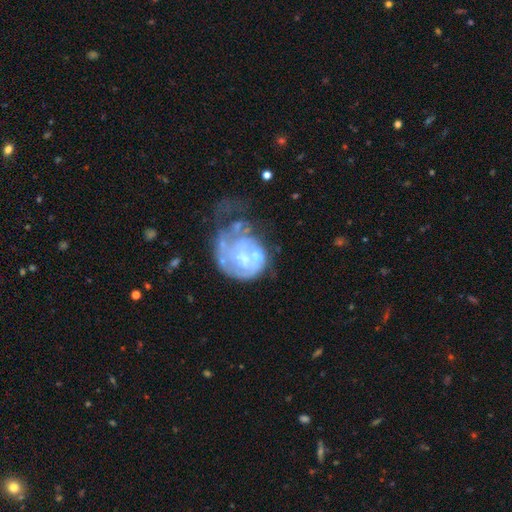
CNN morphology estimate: This is likely a featured or disk galaxy (68%). It is clearly not viewed edge-on (98%). Bar: clearly no (81%). Spiral arm pattern: likely no (64%). Central bulge: marginally none (42%). Merging: marginally major disturbance (42%).